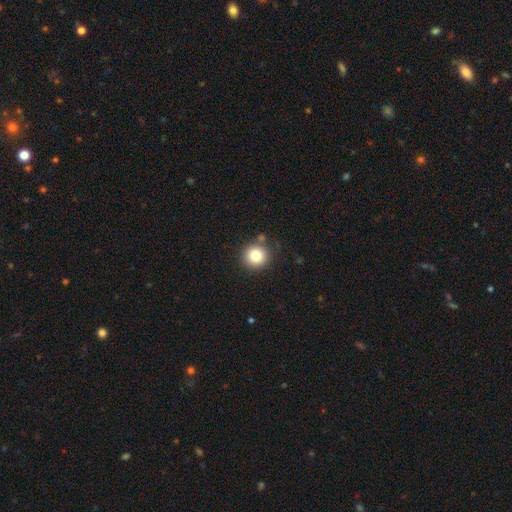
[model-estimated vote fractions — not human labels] Overall: smooth (81%). How rounded: round (93%). Merging: none (83%).